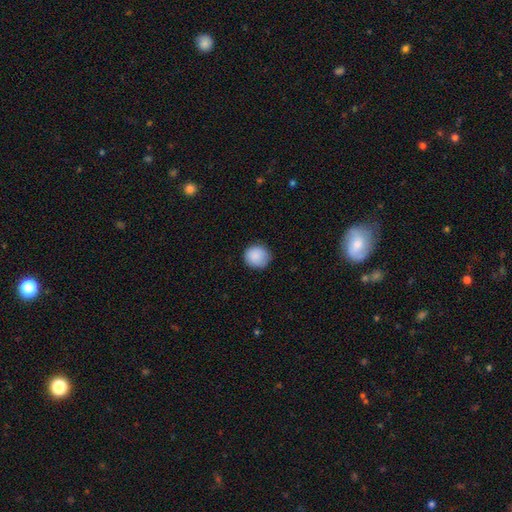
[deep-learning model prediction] smooth-or-featured: smooth: 89% | star or artifact: 8% | featured or disk: 3%
  how-rounded: round: 91% | in between: 8% | cigar-shaped: 1%
  merging: none: 84% | minor disturbance: 12% | major disturbance: 2% | merger: 1%